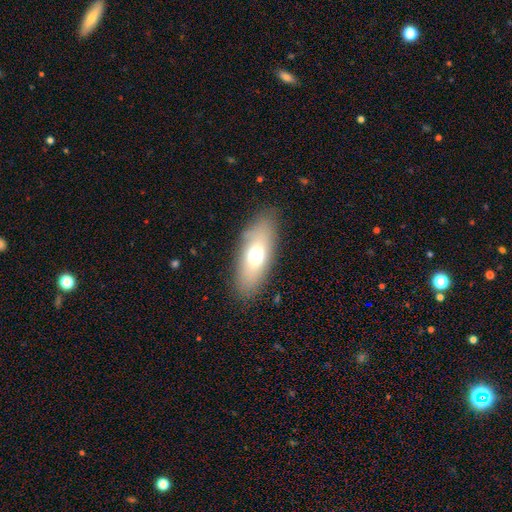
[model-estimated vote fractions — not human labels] A smooth galaxy with no disk features (65%) that is in between round and cigar-shaped (77%). Merging: none (83%).